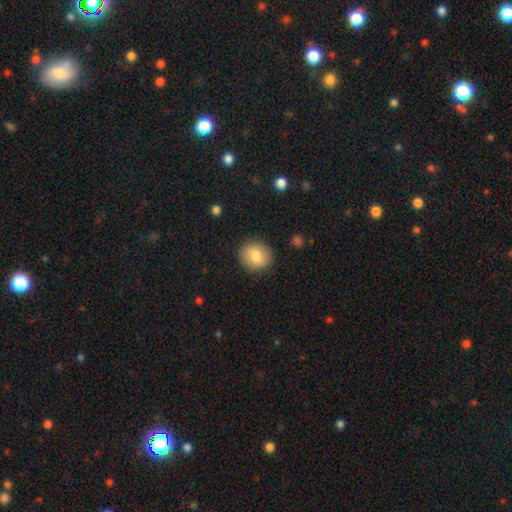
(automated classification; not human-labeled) The model was most divided on "how rounded": round: 80%, in between: 19%, cigar-shaped: 1%. More confident: merging — none (88%); smooth or featured — smooth (82%).